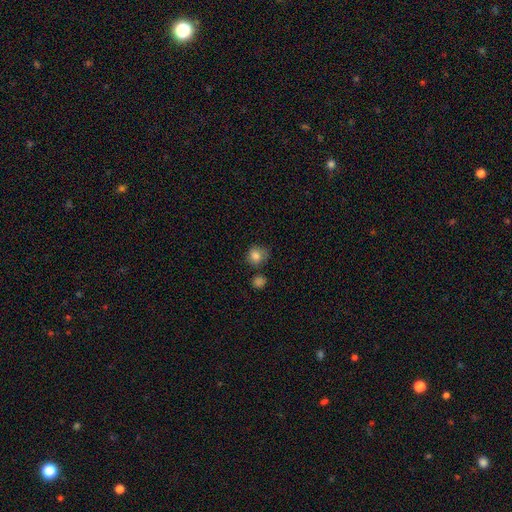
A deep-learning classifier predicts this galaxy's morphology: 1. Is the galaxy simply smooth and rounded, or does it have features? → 83% smooth, 10% star or artifact, 7% featured or disk.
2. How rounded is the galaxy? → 81% round, 18% in between, 1% cigar-shaped.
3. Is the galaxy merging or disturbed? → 64% none, 21% minor disturbance, 9% merger, 6% major disturbance.